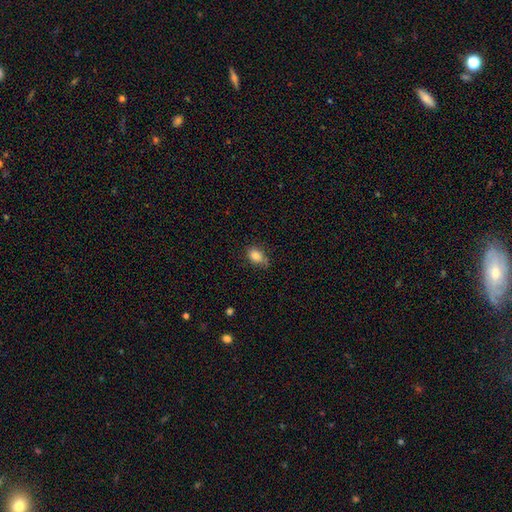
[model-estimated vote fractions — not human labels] A smooth galaxy with no disk features (83%) that is in between round and cigar-shaped (79%). Merging: none (61%).